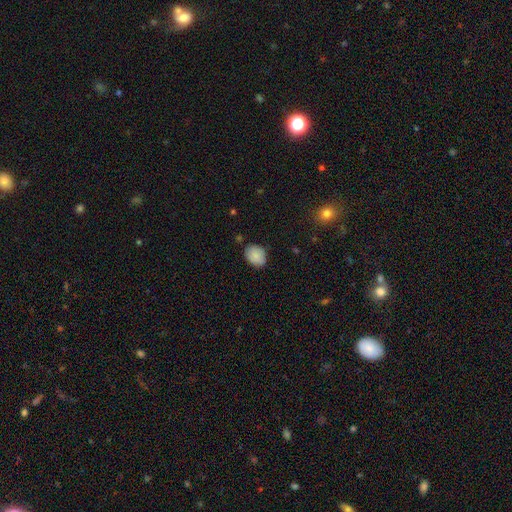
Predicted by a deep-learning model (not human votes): Smooth or featured?
  - smooth: 86% *
  - star or artifact: 8%
  - featured or disk: 6%
How rounded?
  - in between: 60% *
  - round: 39%
  - cigar-shaped: 1%
Merging?
  - none: 77% *
  - minor disturbance: 18%
  - major disturbance: 3%
  - merger: 2%